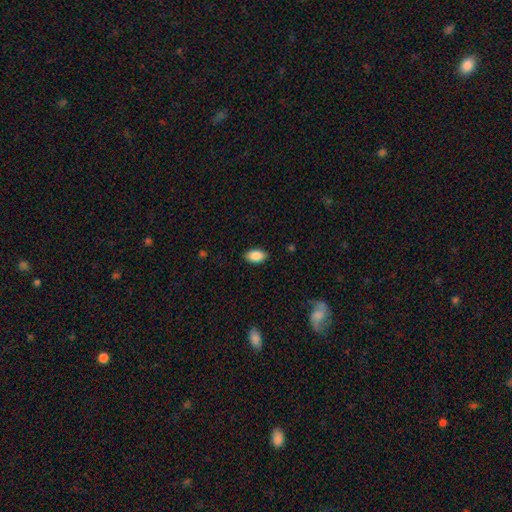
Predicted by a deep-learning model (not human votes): Smooth or featured: smooth — 88% (star or artifact — 7%)
How rounded: in between — 93% (round — 6%)
Merging: none — 87% (minor disturbance — 9%)